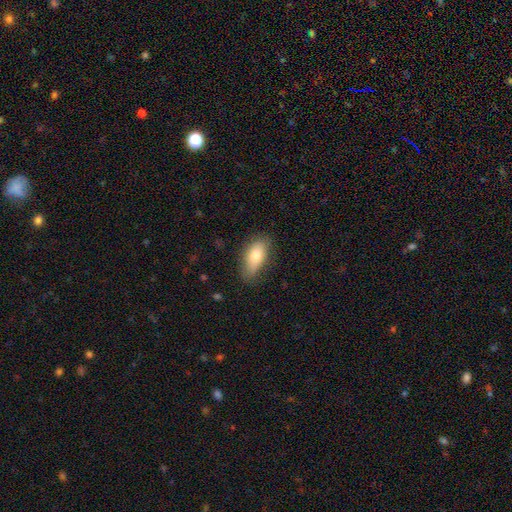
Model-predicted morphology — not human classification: This appears to be a smooth galaxy with no disk features (76%) that is in between round and cigar-shaped (87%). Merging: none (75%).